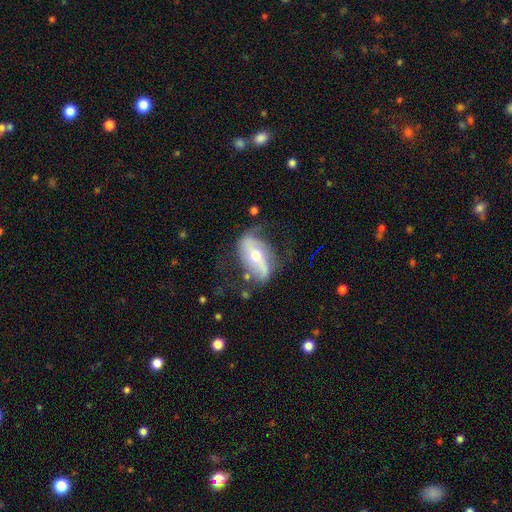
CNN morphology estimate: The model was most divided on "bar": strong: 37%, no: 35%, weak: 28%. More confident: edge-on disk — no (90%); spiral arm count — 2 (84%); spiral arms — yes (81%); smooth or featured — featured or disk (74%); spiral winding — loose (64%); bulge size — moderate (61%); merging — none (57%).